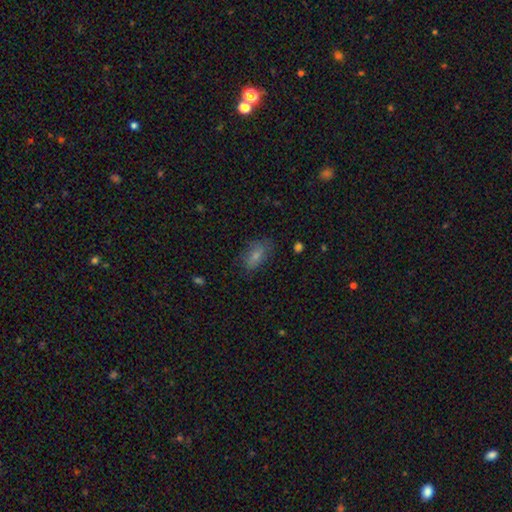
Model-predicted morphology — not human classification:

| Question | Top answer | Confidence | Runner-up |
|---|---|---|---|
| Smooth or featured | smooth | 77% | featured or disk (14%) |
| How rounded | in between | 87% | cigar-shaped (7%) |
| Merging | none | 72% | minor disturbance (20%) |